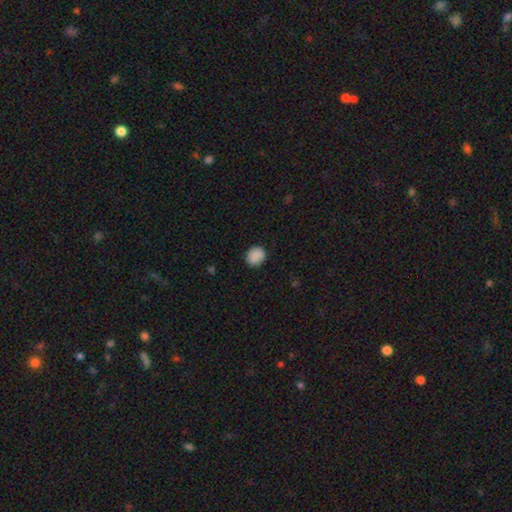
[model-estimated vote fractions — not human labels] smooth 89%, star or artifact 8%, featured or disk 3%. Down the decision tree: how rounded — round (63%); merging — none (85%).